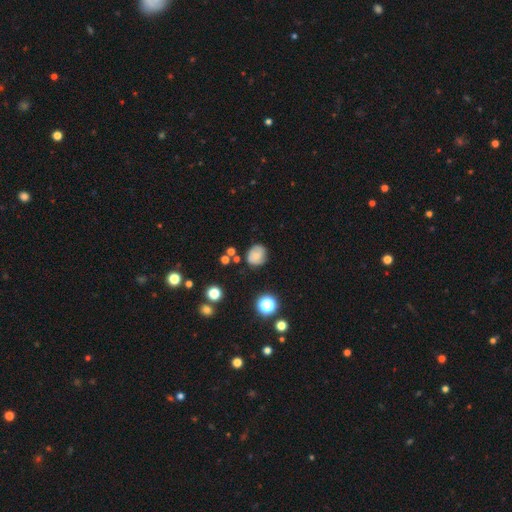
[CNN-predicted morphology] smooth-or-featured: smooth: 61% | featured or disk: 27% | star or artifact: 13%
  how-rounded: round: 72% | in between: 27% | cigar-shaped: 1%
  merging: none: 74% | minor disturbance: 19% | major disturbance: 5% | merger: 3%